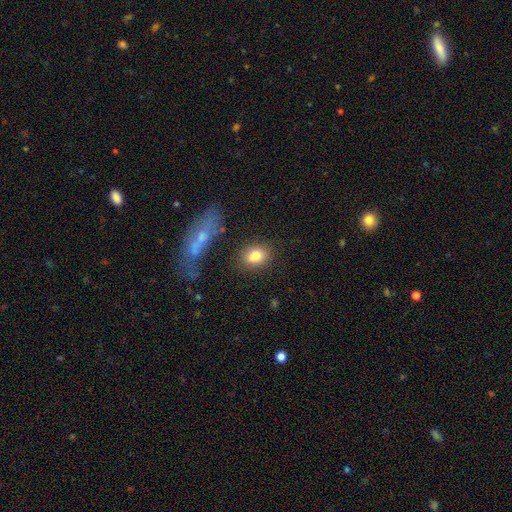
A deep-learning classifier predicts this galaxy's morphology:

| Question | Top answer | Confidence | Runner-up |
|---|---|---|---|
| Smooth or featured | smooth | 81% | featured or disk (10%) |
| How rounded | round | 50% | in between (48%) |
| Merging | none | 80% | minor disturbance (11%) |